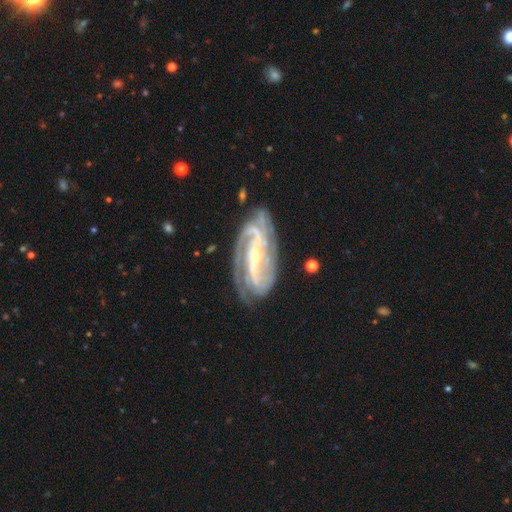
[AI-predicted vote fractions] featured or disk 90%, smooth 5%, star or artifact 5%. Down the decision tree: edge-on disk — no (95%); bar — strong (48%); spiral arms — yes (97%); spiral arm count — 2 (52%); spiral winding — tight (49%); bulge size — small (68%); merging — none (74%).